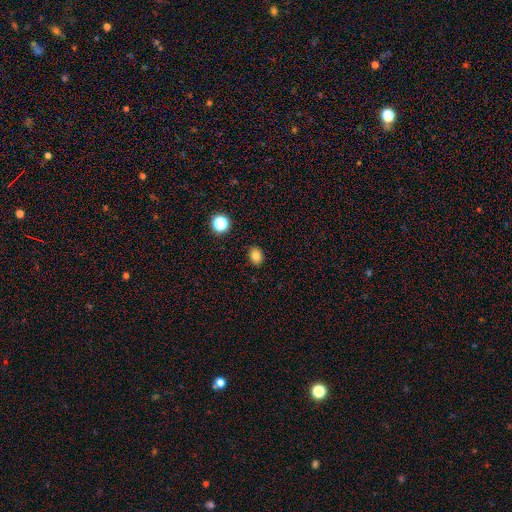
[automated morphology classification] A smooth galaxy with no disk features (82%) that is in between round and cigar-shaped (58%).

Vote fractions:
- Smooth or featured? smooth: 82% / star or artifact: 12% / featured or disk: 6%
- How rounded? in between: 58% / round: 41% / cigar-shaped: 1%
- Merging? none: 87% / minor disturbance: 9% / major disturbance: 2% / merger: 2%